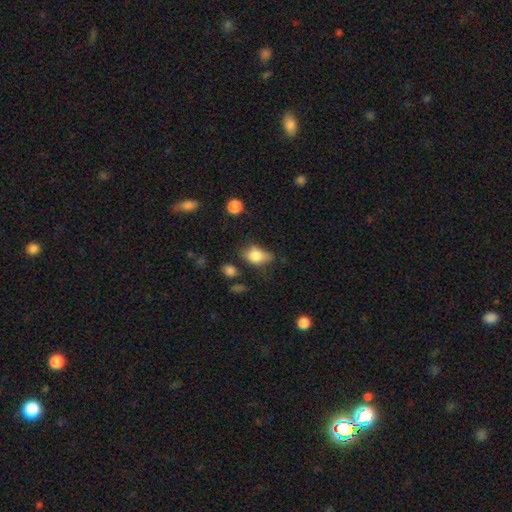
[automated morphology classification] smooth-or-featured: smooth: 76% | featured or disk: 15% | star or artifact: 9%
  how-rounded: in between: 75% | round: 22% | cigar-shaped: 3%
  merging: none: 45% | minor disturbance: 35% | major disturbance: 14% | merger: 6%